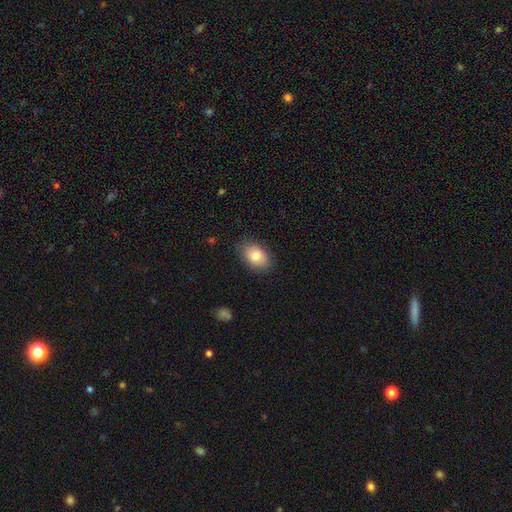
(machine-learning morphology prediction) smooth_or_featured: smooth (p=0.81) [alt: featured or disk p=0.11]
how_rounded: in between (p=0.85) [alt: round p=0.14]
merging: none (p=0.83) [alt: minor disturbance p=0.13]